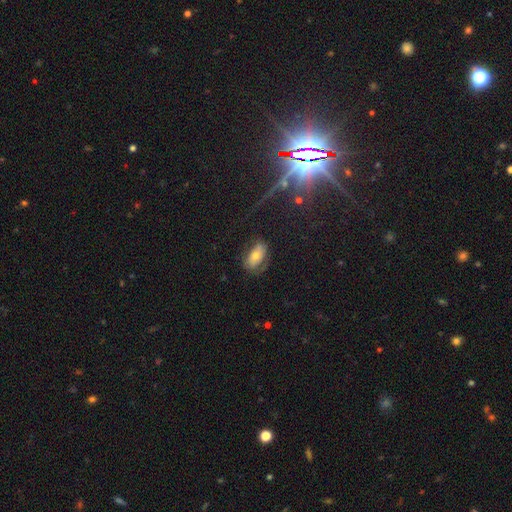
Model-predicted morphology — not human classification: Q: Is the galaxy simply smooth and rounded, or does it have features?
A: smooth — 45%.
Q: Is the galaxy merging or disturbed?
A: none — 60%.